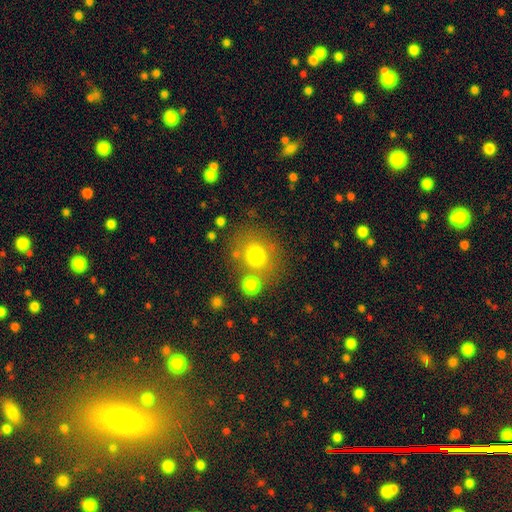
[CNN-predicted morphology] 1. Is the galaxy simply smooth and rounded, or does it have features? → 74% smooth, 14% star or artifact, 12% featured or disk.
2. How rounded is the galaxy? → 77% round, 22% in between, 1% cigar-shaped.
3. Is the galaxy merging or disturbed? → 69% none, 13% merger, 12% minor disturbance, 6% major disturbance.